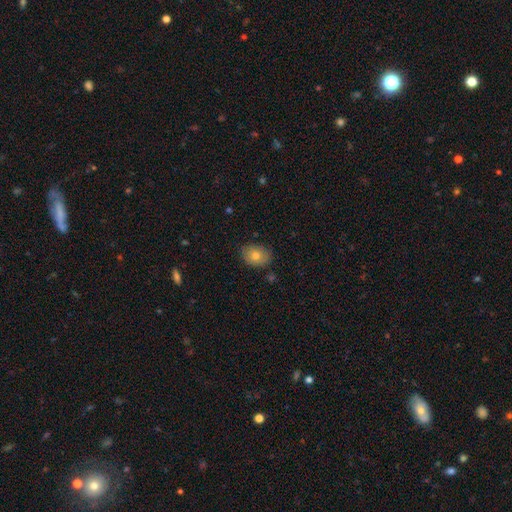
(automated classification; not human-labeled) Q: Smooth or featured?
A: smooth (76%); runner-up: featured or disk (14%)
Q: How rounded?
A: in between (60%); runner-up: round (39%)
Q: Merging?
A: none (79%); runner-up: minor disturbance (16%)